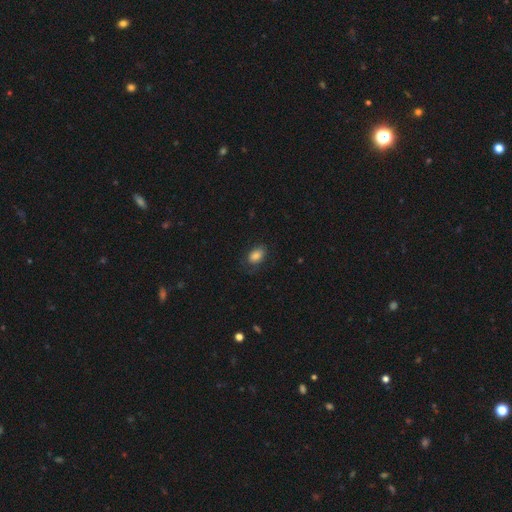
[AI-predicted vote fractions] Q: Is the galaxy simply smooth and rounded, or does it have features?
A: smooth — 84%.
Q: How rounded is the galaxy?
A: in between — 86%.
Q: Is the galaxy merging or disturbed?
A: none — 74%.